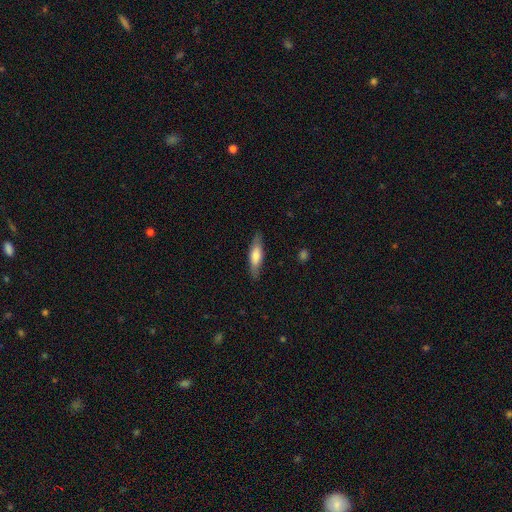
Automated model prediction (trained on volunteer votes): smooth_or_featured: smooth (p=0.63) [alt: featured or disk p=0.31]
how_rounded: cigar-shaped (p=0.60) [alt: in between p=0.38]
merging: none (p=0.84) [alt: minor disturbance p=0.12]